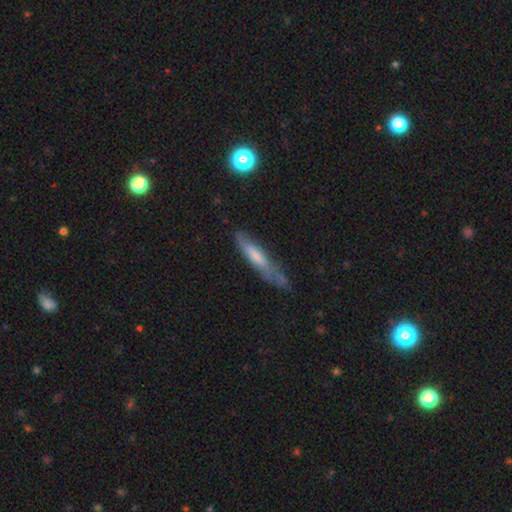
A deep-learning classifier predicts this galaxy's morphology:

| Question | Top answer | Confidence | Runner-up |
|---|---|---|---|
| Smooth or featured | smooth | 53% | featured or disk (39%) |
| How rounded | cigar-shaped | 84% | in between (14%) |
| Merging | none | 55% | minor disturbance (30%) |